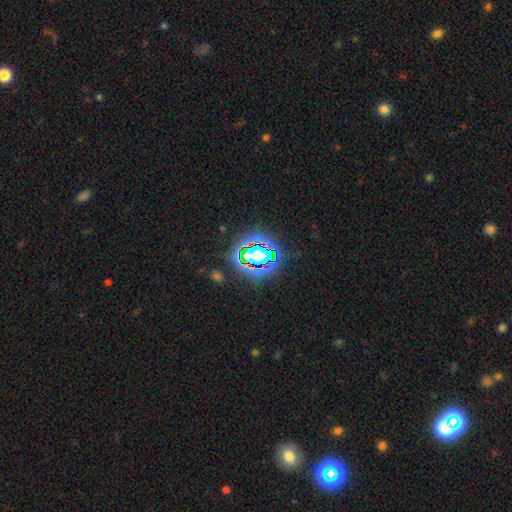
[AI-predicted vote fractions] This is likely a star or artifact rather than a galaxy (73%).